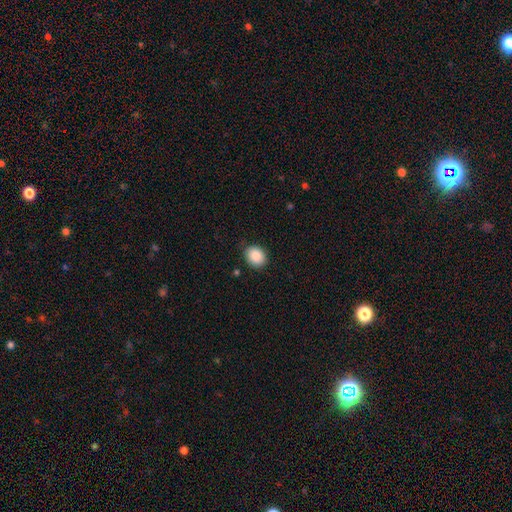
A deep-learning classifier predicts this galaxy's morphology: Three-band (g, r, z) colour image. It shows a smooth galaxy with no disk features (88%) that is round (54%). Merging: none (85%).